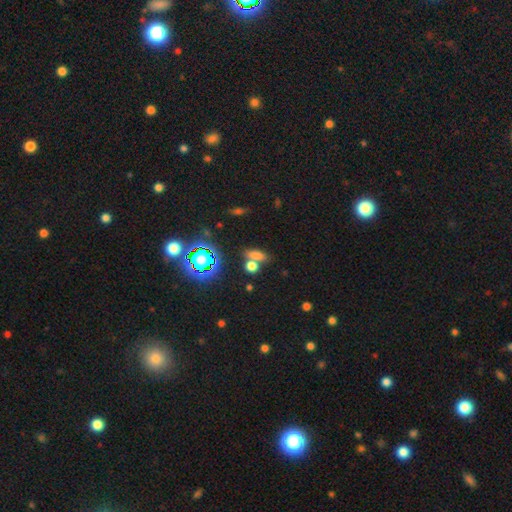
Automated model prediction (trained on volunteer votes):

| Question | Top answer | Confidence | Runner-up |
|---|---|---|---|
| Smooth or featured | smooth | 65% | star or artifact (24%) |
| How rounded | in between | 61% | round (22%) |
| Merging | none | 55% | merger (31%) |